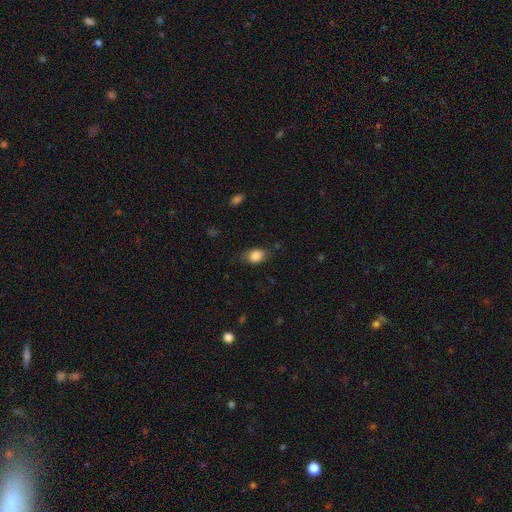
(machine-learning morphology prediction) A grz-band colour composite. It shows a smooth galaxy with no disk features (83%) that is in between round and cigar-shaped (74%). Merging: none (65%).